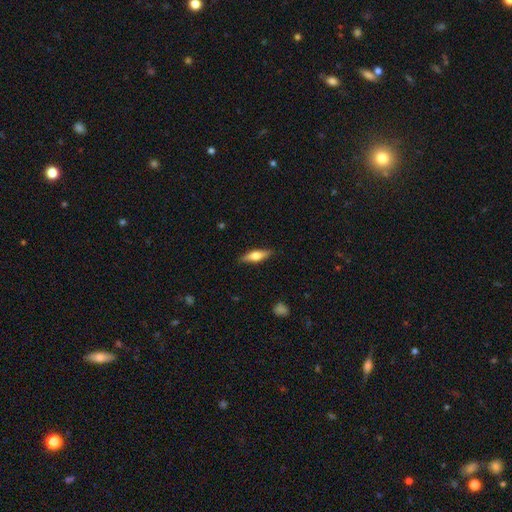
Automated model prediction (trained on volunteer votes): Q: Smooth or featured?
A: smooth (57%); runner-up: featured or disk (36%)
Q: How rounded?
A: cigar-shaped (51%); runner-up: in between (46%)
Q: Merging?
A: none (86%); runner-up: minor disturbance (10%)